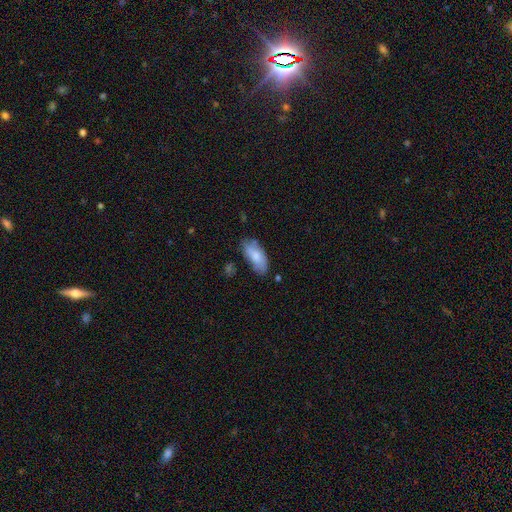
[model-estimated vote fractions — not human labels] smooth 74%, featured or disk 19%, star or artifact 6%. Down the decision tree: how rounded — in between (88%); merging — none (62%).